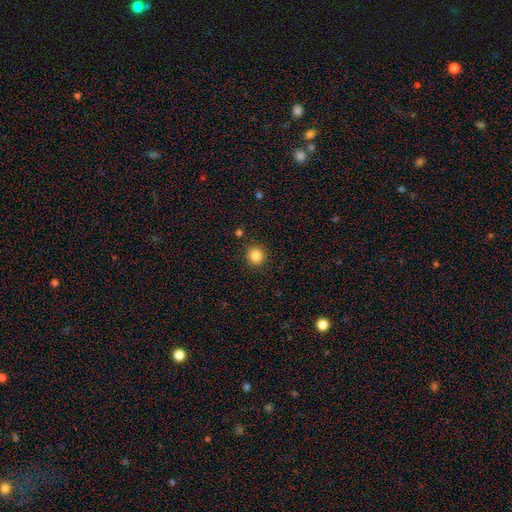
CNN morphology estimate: A smooth galaxy with no disk features (85%) that is round (93%). Merging: none (89%).